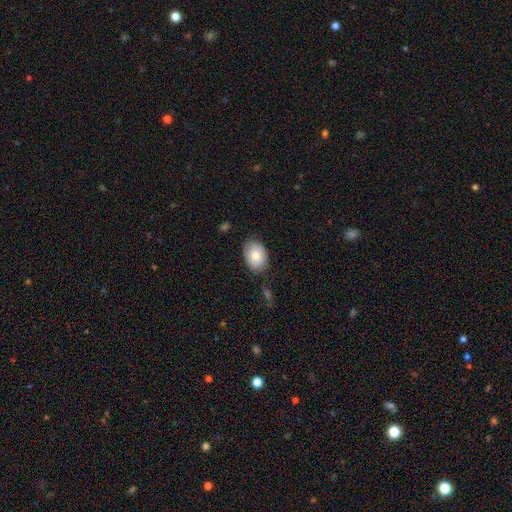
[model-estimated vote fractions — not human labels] Smooth or featured: smooth — 80% (featured or disk — 14%)
How rounded: in between — 79% (round — 20%)
Merging: none — 79% (minor disturbance — 16%)